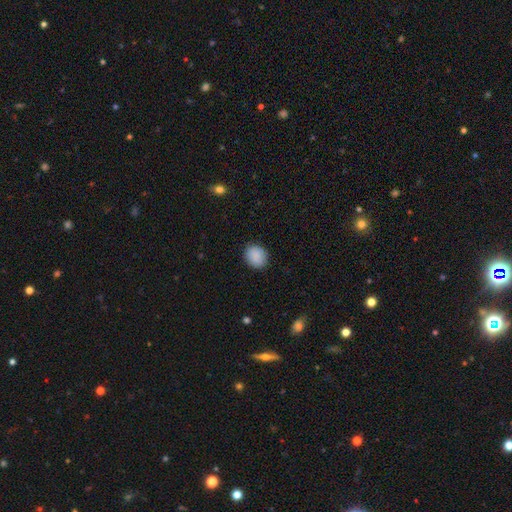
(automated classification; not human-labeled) A smooth galaxy with no disk features (89%) that is round (69%).

Vote fractions:
- Smooth or featured? smooth: 89% / star or artifact: 7% / featured or disk: 3%
- How rounded? round: 69% / in between: 30% / cigar-shaped: 1%
- Merging? none: 88% / minor disturbance: 9% / major disturbance: 2% / merger: 1%